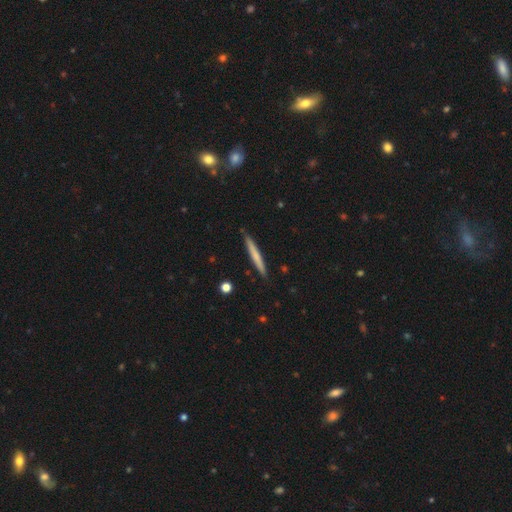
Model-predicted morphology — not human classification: smooth-or-featured: smooth: 60% | featured or disk: 35% | star or artifact: 5%
  how-rounded: cigar-shaped: 96% | in between: 2% | round: 1%
  merging: none: 88% | minor disturbance: 9% | merger: 2% | major disturbance: 1%